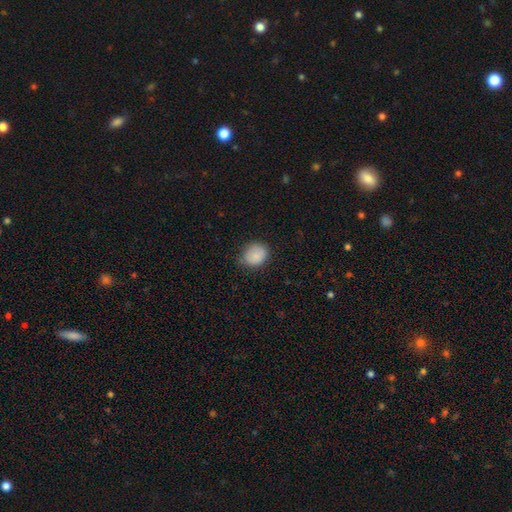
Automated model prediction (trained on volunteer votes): smooth_or_featured: smooth (p=0.86) [alt: star or artifact p=0.08]
how_rounded: round (p=0.63) [alt: in between p=0.36]
merging: none (p=0.72) [alt: minor disturbance p=0.23]